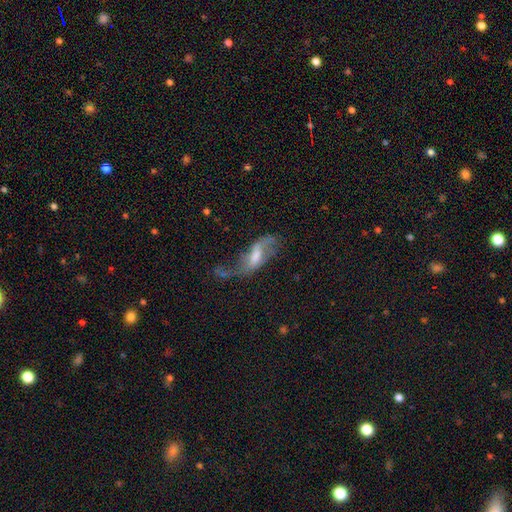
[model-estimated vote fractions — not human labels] smooth-or-featured: featured or disk: 69% | smooth: 23% | star or artifact: 8%
  disk-edge-on: no: 88% | yes: 12%
    bar: weak: 49% | strong: 26% | no: 25%
    has-spiral-arms: yes: 81% | no: 19%
    bulge-size: moderate: 50% | small: 28% | large: 11% | none: 10% | dominant: 2%
  merging: none: 36% | major disturbance: 32% | minor disturbance: 23% | merger: 8%